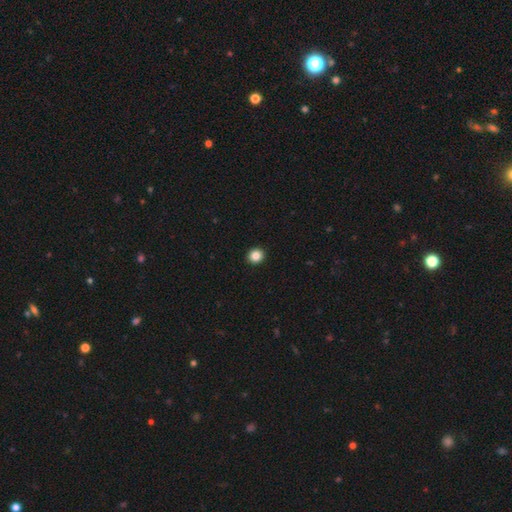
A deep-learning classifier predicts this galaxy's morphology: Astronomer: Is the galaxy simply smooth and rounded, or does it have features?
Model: smooth — 85%.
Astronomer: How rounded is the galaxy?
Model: round — 88%.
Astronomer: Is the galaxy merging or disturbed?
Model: none — 94%.